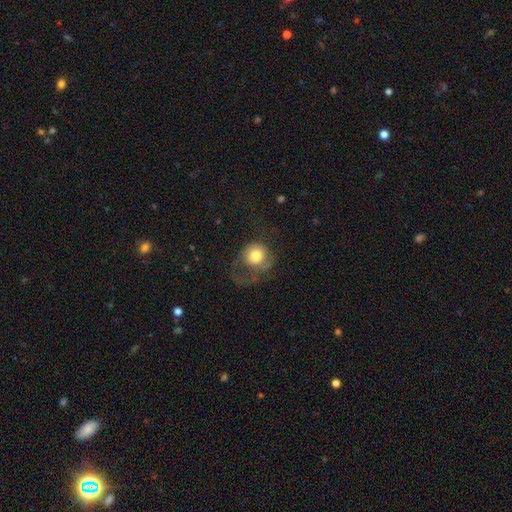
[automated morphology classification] type=smooth (70%); roundness=round (78%); merging=major disturbance (48%).